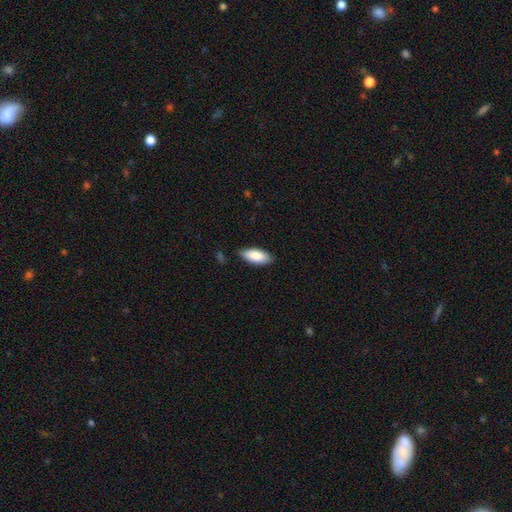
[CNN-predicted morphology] The model was most divided on "how rounded": in between: 86%, cigar-shaped: 12%, round: 2%. More confident: smooth or featured — smooth (87%); merging — none (86%).